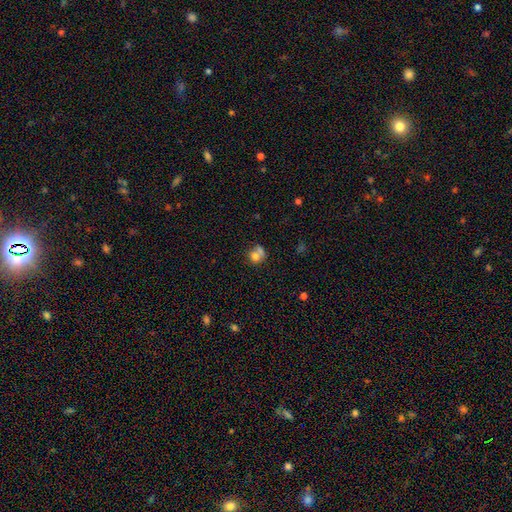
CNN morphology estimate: Smooth or featured? smooth (71%)
How rounded? round (75%)
Merging? merger (50%)